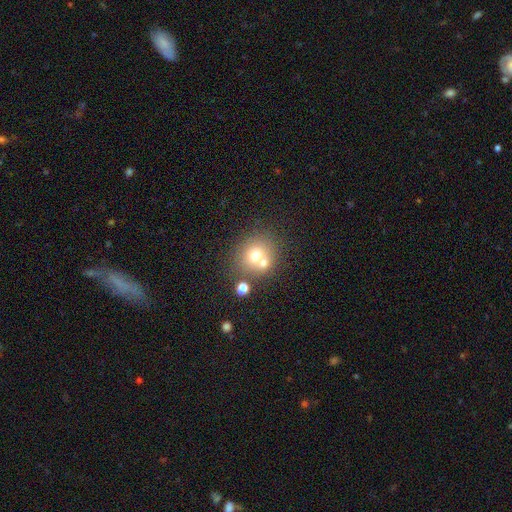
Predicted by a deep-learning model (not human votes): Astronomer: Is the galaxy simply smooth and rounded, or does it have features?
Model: smooth — 67%.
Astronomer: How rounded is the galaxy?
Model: round — 83%.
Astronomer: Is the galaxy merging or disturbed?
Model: none — 51% (runner-up: merger, 36%).